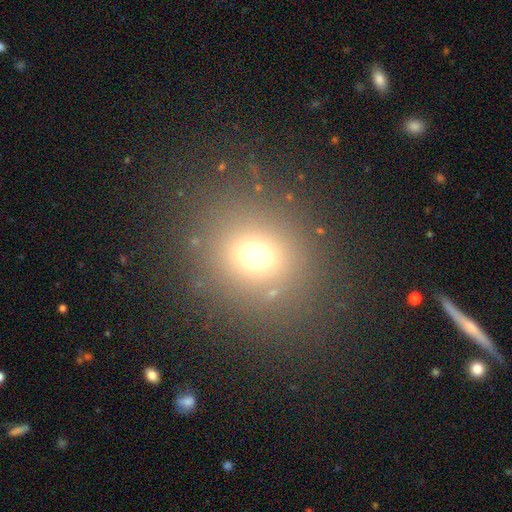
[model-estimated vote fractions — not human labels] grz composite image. It shows a smooth galaxy with no disk features (69%) that is round (70%). Merging: none (84%).